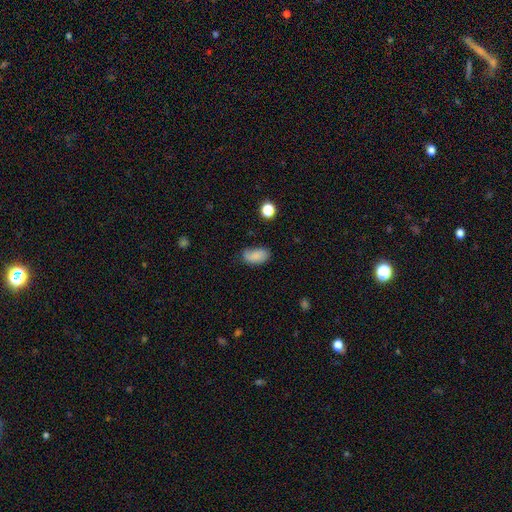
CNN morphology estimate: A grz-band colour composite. It shows a smooth galaxy with no disk features (79%) that is in between round and cigar-shaped (91%). Merging: none (57%).